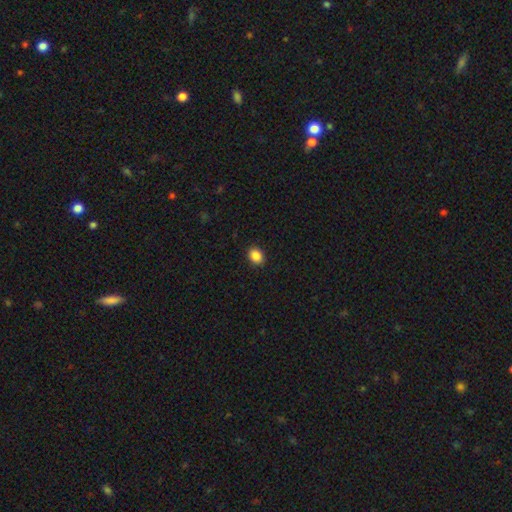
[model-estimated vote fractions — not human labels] Smooth or featured: smooth — 88% (star or artifact — 9%)
How rounded: in between — 50% (round — 49%)
Merging: none — 91% (minor disturbance — 7%)